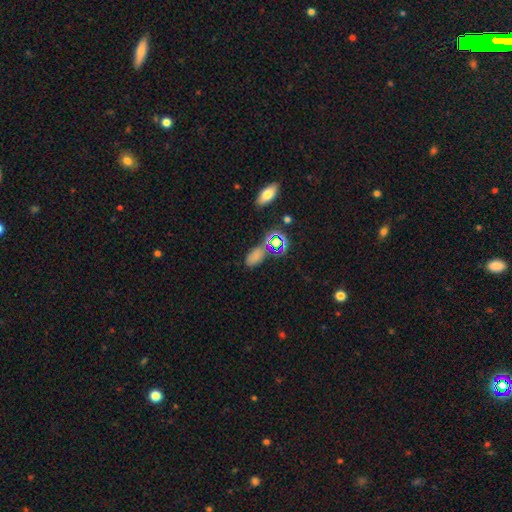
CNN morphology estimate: Smooth or featured? smooth (65%)
How rounded? in between (87%)
Merging? none (62%)